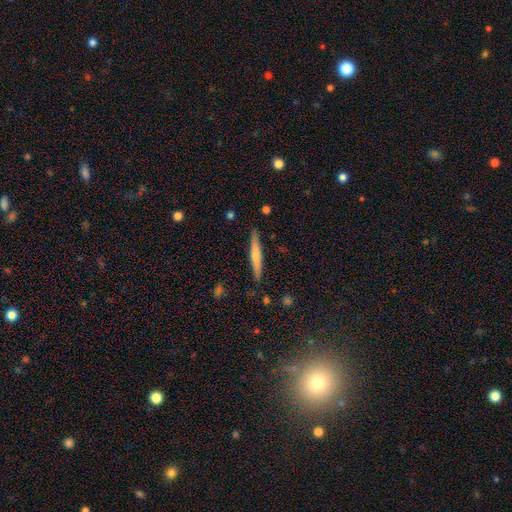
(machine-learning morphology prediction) This appears to be a smooth galaxy with no disk features (55%) that is cigar-shaped (95%). Merging: none (89%).